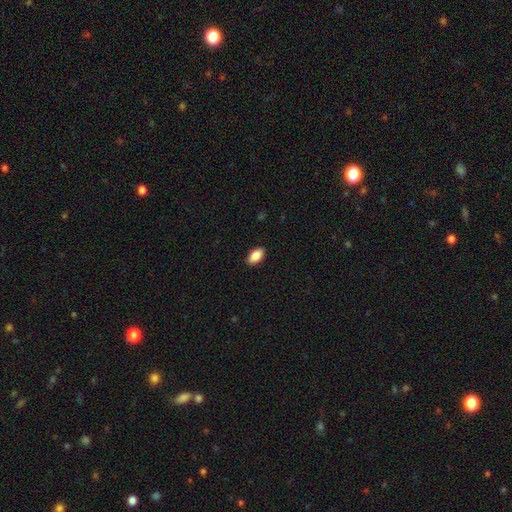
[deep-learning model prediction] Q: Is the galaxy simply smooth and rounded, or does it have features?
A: smooth — 87%.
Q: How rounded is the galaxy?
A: in between — 93%.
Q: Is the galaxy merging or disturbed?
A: none — 90%.